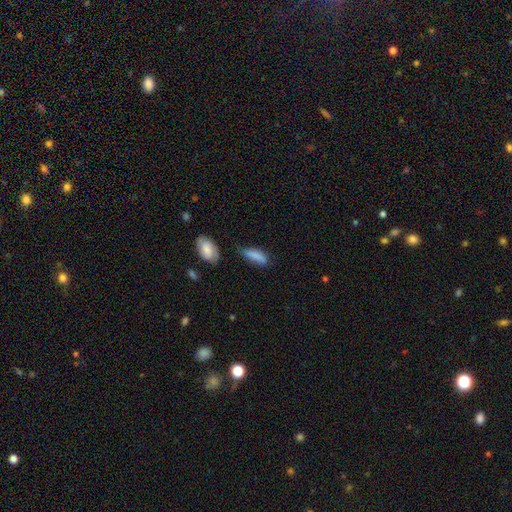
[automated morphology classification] Q: Smooth or featured?
A: smooth (84%); runner-up: featured or disk (9%)
Q: How rounded?
A: in between (55%); runner-up: cigar-shaped (43%)
Q: Merging?
A: none (55%); runner-up: minor disturbance (30%)